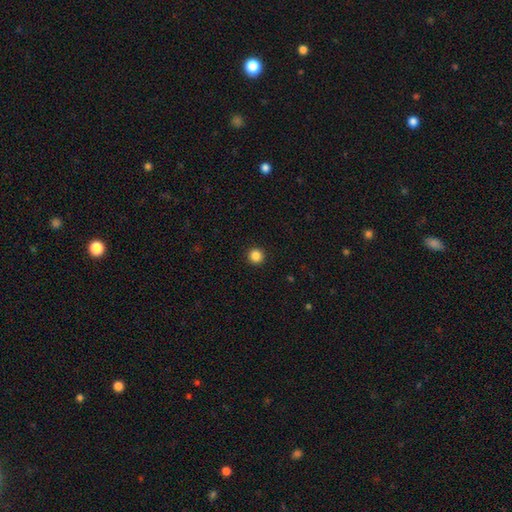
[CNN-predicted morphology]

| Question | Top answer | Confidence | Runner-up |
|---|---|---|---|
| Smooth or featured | smooth | 86% | star or artifact (11%) |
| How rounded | round | 96% | in between (4%) |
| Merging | none | 93% | minor disturbance (4%) |